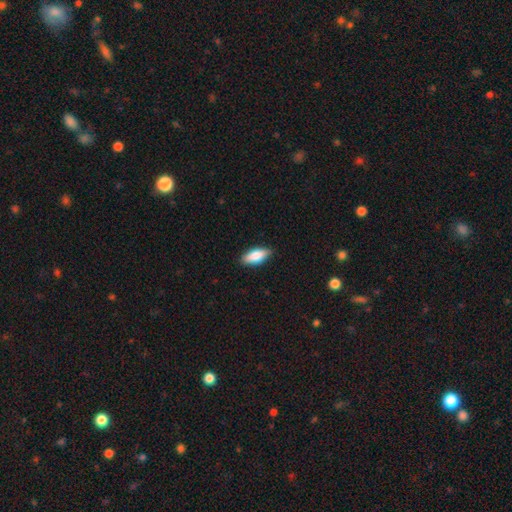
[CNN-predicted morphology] smooth-or-featured: smooth: 81% | featured or disk: 13% | star or artifact: 6%
  how-rounded: in between: 79% | cigar-shaped: 18% | round: 2%
  merging: none: 86% | minor disturbance: 11% | major disturbance: 2% | merger: 1%